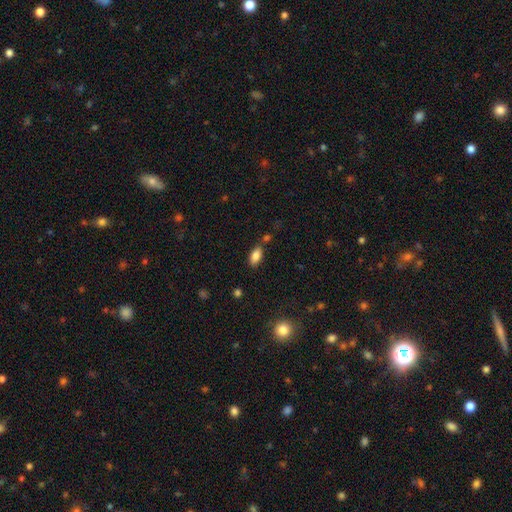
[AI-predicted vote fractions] smooth-or-featured: smooth: 84% | star or artifact: 8% | featured or disk: 8%
  how-rounded: in between: 90% | cigar-shaped: 7% | round: 3%
  merging: none: 74% | minor disturbance: 14% | merger: 8% | major disturbance: 3%